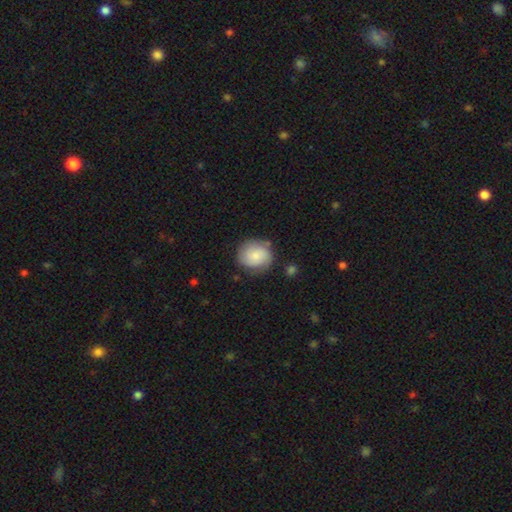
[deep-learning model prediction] A smooth galaxy with no disk features (68%) that is round (78%).

Vote fractions:
- Smooth or featured? smooth: 68% / featured or disk: 25% / star or artifact: 7%
- How rounded? round: 78% / in between: 21% / cigar-shaped: 1%
- Merging? none: 71% / minor disturbance: 20% / major disturbance: 5% / merger: 3%